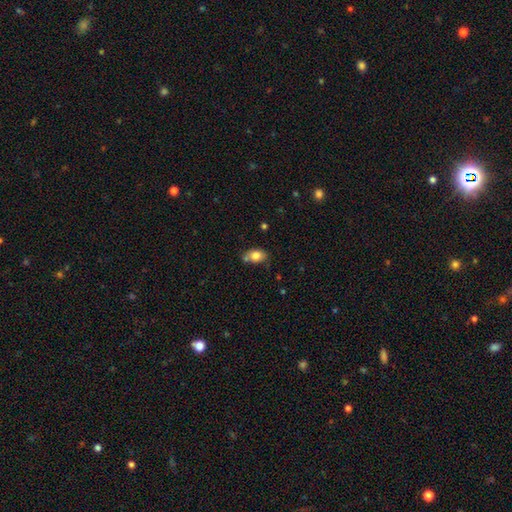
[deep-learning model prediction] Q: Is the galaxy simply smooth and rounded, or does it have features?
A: smooth — 80%.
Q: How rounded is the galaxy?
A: in between — 79%.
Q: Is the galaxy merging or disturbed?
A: none — 63%.